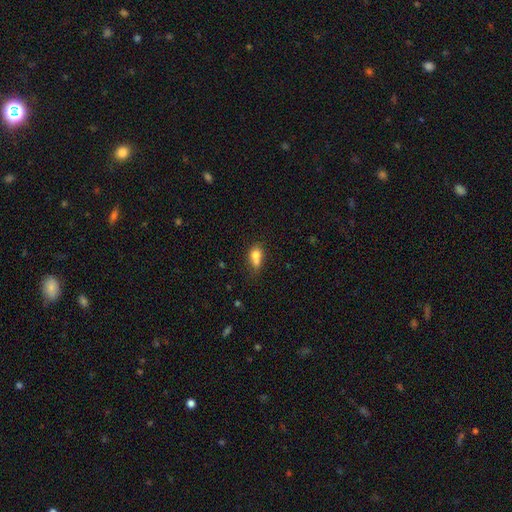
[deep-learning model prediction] Smooth or featured? smooth (73%)
How rounded? in between (59%)
Merging? merger (37%)